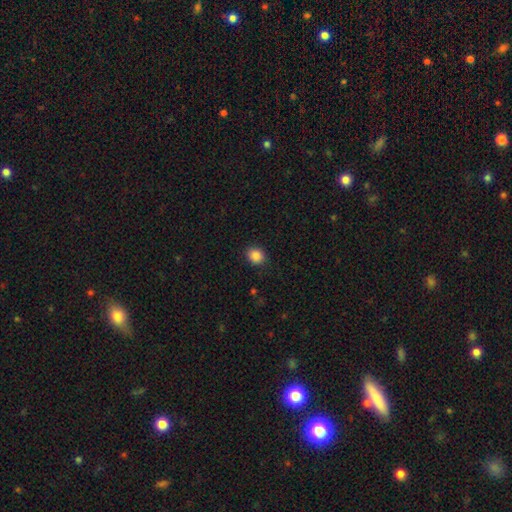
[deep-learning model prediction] smooth_or_featured: smooth (p=0.87) [alt: star or artifact p=0.10]
how_rounded: round (p=0.63) [alt: in between p=0.36]
merging: none (p=0.89) [alt: minor disturbance p=0.08]